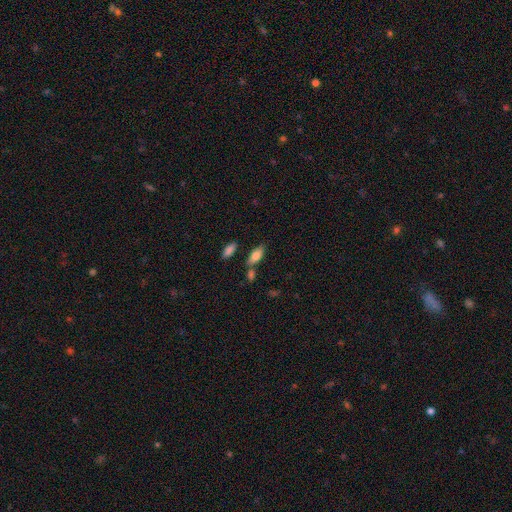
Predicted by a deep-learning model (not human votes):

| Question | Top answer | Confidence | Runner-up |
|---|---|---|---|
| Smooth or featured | smooth | 79% | featured or disk (14%) |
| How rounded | in between | 82% | cigar-shaped (15%) |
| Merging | none | 65% | merger (17%) |